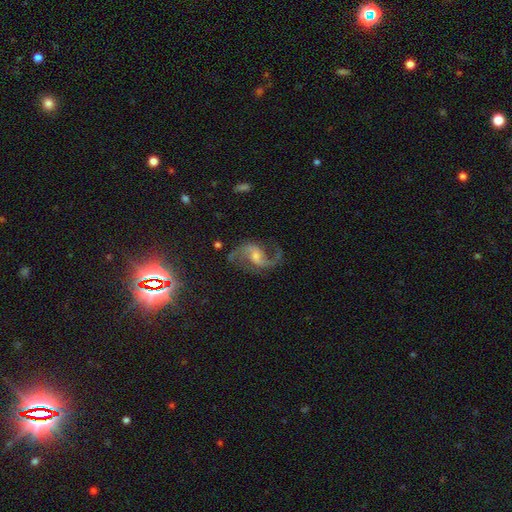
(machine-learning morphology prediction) type=featured or disk (89%); edge-on=no (98%); bar=weak (47%); spiral arms=yes (97%); winding=loose (62%); arm count=2 (92%); bulge=small (46%); merging=none (73%).